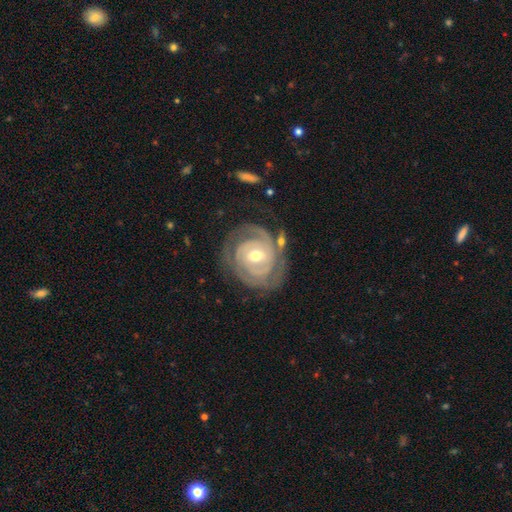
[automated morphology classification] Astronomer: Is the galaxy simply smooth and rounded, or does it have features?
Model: featured or disk — 89%.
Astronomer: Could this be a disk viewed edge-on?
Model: no — 97%.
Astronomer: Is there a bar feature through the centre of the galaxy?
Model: no — 42% (runner-up: weak, 39%).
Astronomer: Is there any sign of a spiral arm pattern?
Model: yes — 96%.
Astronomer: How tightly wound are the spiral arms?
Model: tight — 80%.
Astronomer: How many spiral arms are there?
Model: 2 — 51%.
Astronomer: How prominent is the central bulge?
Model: moderate — 61%.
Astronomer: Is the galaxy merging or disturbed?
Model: none — 72%.